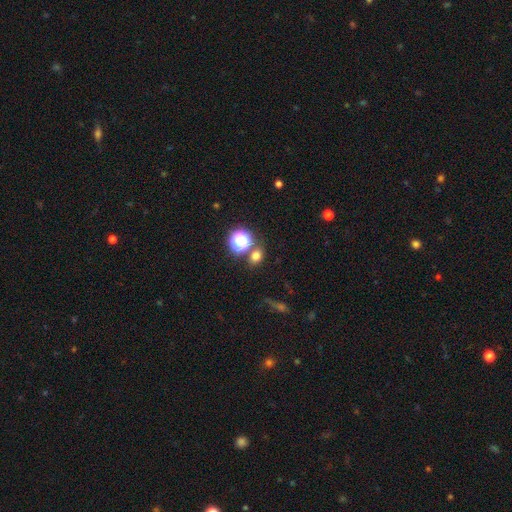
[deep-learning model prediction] This appears to be a smooth galaxy with no disk features (70%) that is round (58%). Merging: none (72%).